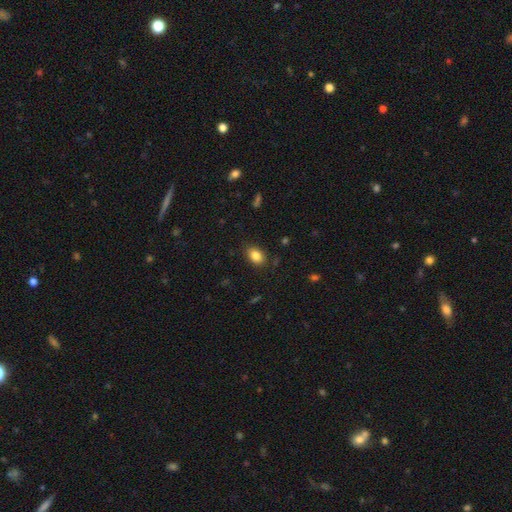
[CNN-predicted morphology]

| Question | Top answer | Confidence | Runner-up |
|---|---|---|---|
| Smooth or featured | smooth | 84% | star or artifact (9%) |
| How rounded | in between | 78% | round (21%) |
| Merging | none | 85% | minor disturbance (12%) |